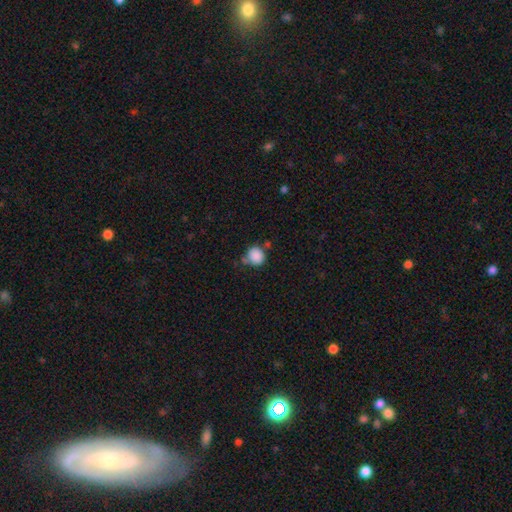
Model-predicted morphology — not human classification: type=smooth (87%); roundness=round (85%); merging=none (63%).